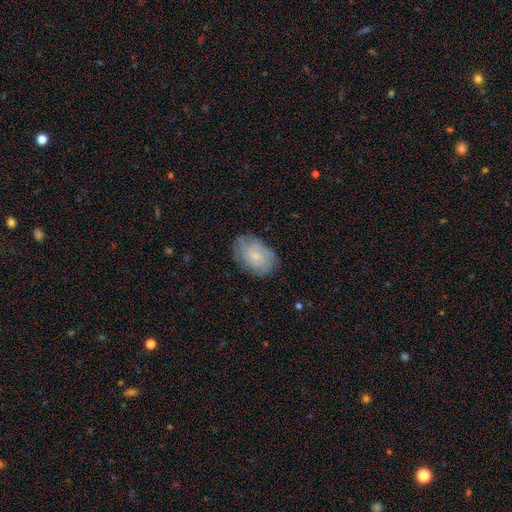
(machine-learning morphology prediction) smooth 54%, featured or disk 38%, star or artifact 8%. Down the decision tree: how rounded — in between (85%); merging — none (75%).